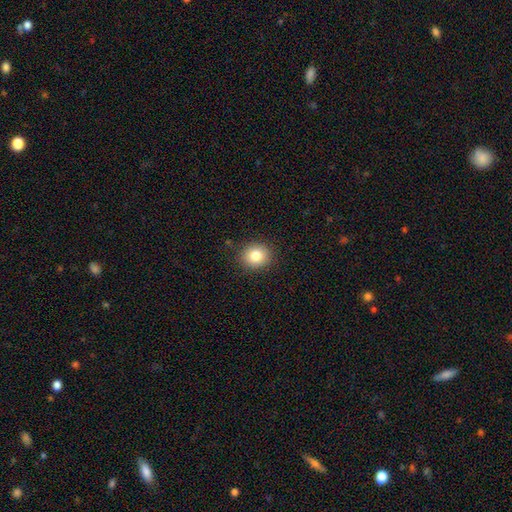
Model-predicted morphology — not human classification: A smooth galaxy with no disk features (83%) that is round (75%). Merging: none (89%).